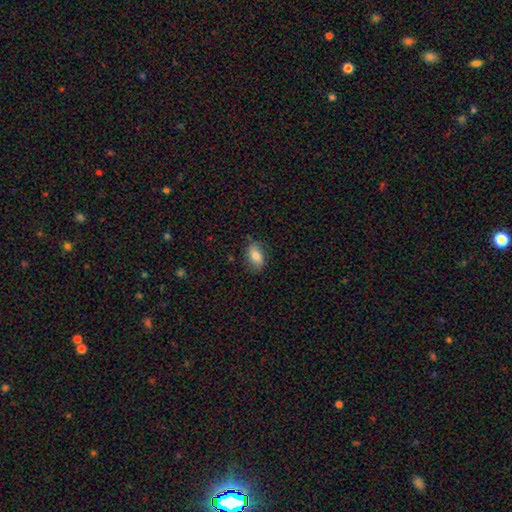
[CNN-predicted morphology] A smooth galaxy with no disk features (76%) that is in between round and cigar-shaped (87%). Merging: none (75%).